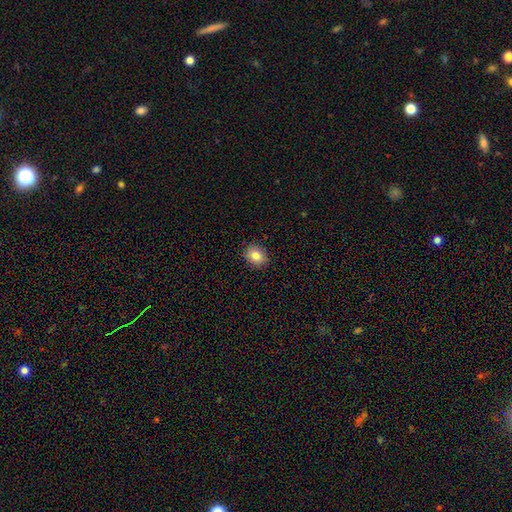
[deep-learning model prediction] Smooth or featured?
  - smooth: 85% *
  - star or artifact: 9%
  - featured or disk: 6%
How rounded?
  - round: 54% *
  - in between: 45%
  - cigar-shaped: 1%
Merging?
  - none: 89% *
  - minor disturbance: 8%
  - major disturbance: 2%
  - merger: 1%